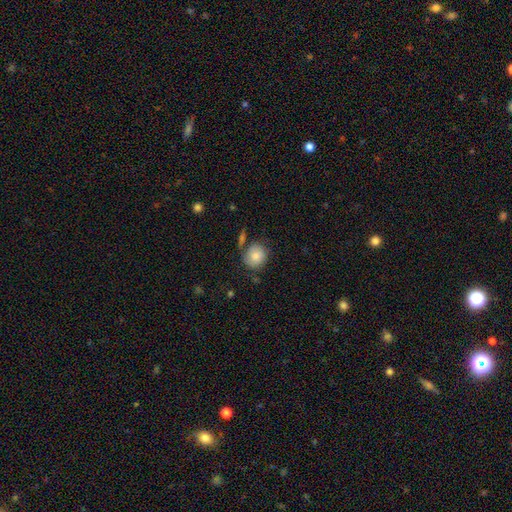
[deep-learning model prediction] Overall: smooth (81%). How rounded: round (81%). Merging: none (65%).